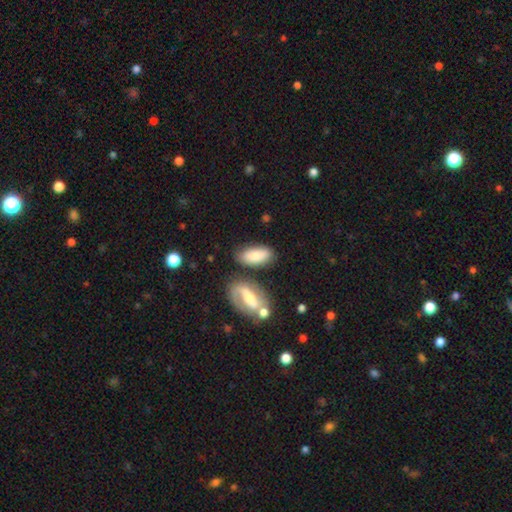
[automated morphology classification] A smooth galaxy with no disk features (73%) that is in between round and cigar-shaped (88%). Merging: none (66%).